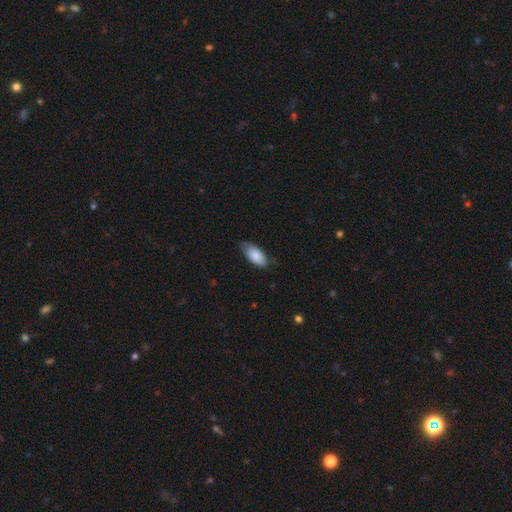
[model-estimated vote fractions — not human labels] smooth 85%, featured or disk 9%, star or artifact 6%. Down the decision tree: how rounded — in between (92%); merging — none (68%).